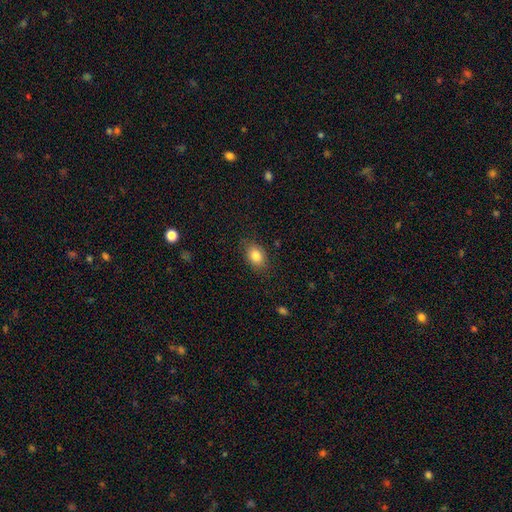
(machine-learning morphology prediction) Smooth or featured? smooth (84%)
How rounded? in between (76%)
Merging? none (83%)